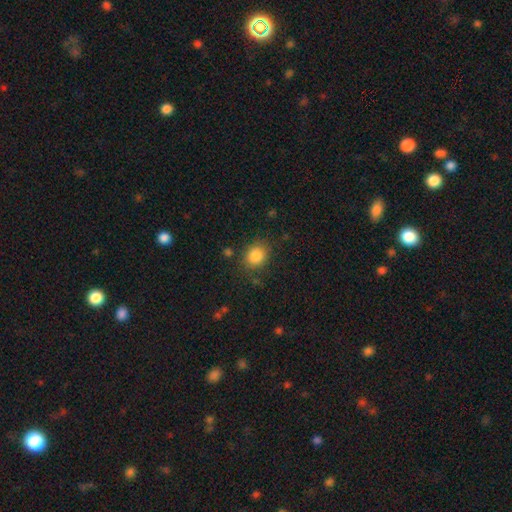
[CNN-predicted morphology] A smooth galaxy with no disk features (85%) that is round (62%).

Vote fractions:
- Smooth or featured? smooth: 85% / star or artifact: 10% / featured or disk: 5%
- How rounded? round: 62% / in between: 37% / cigar-shaped: 1%
- Merging? none: 82% / minor disturbance: 12% / major disturbance: 4% / merger: 2%